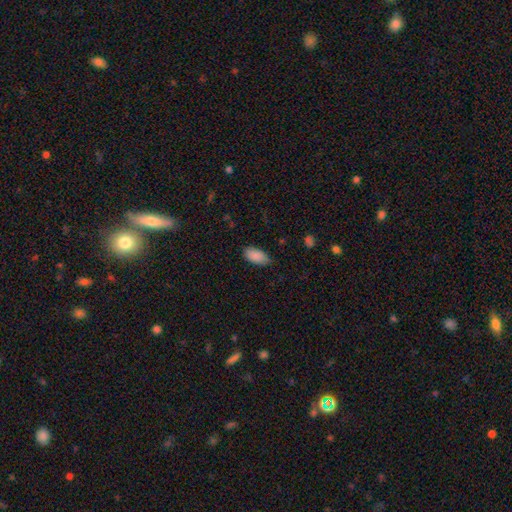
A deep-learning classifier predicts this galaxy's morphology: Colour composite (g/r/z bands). It shows a smooth galaxy with no disk features (89%) that is in between round and cigar-shaped (94%). Merging: none (75%).